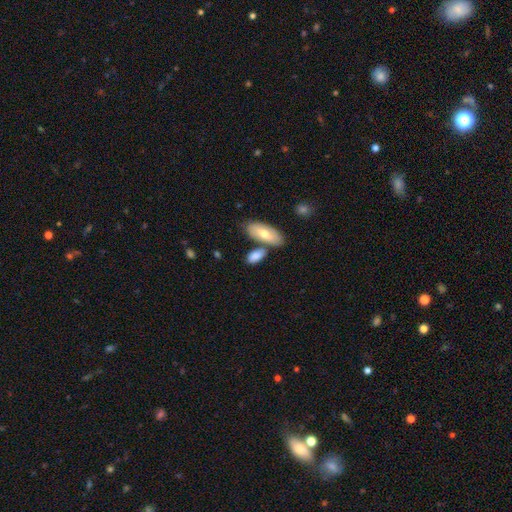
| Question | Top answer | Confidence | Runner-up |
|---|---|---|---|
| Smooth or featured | smooth | 80% | featured or disk (15%) |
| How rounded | in between | 78% | cigar-shaped (19%) |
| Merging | none | 50% | minor disturbance (37%) |